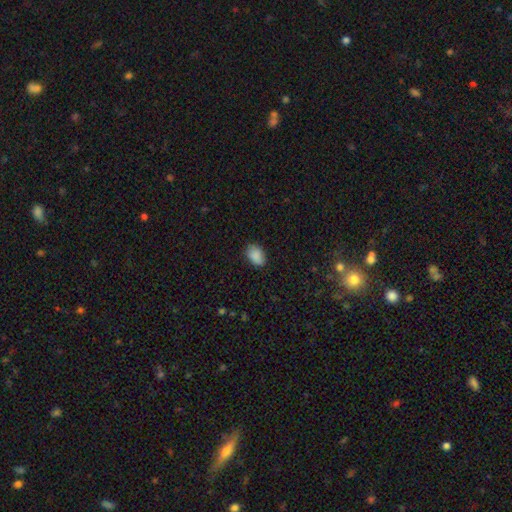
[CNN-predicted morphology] Smooth or featured?
  - smooth: 88% *
  - star or artifact: 8%
  - featured or disk: 4%
How rounded?
  - in between: 83% *
  - round: 16%
  - cigar-shaped: 1%
Merging?
  - none: 81% *
  - minor disturbance: 15%
  - major disturbance: 3%
  - merger: 1%